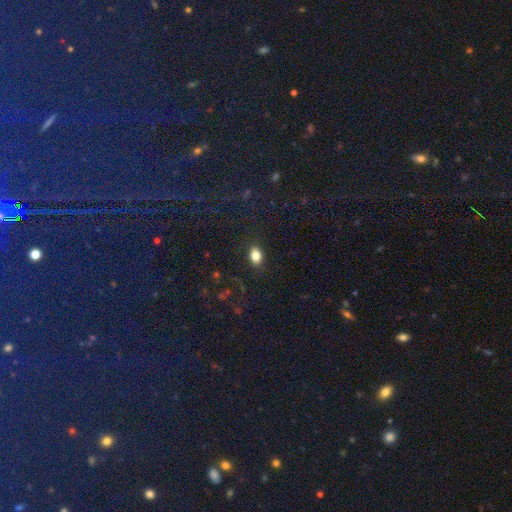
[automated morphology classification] A smooth galaxy with no disk features (83%) that is in between round and cigar-shaped (82%). Merging: none (86%).